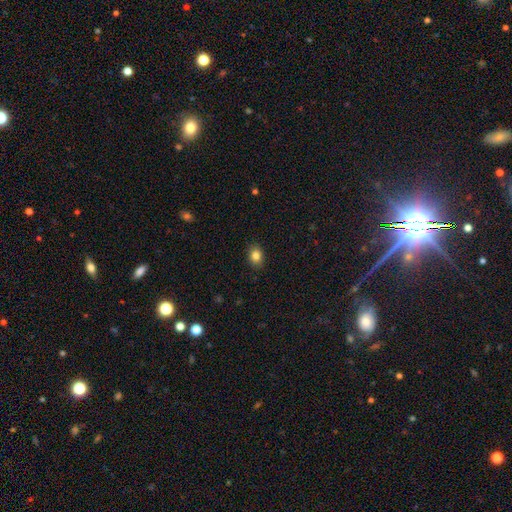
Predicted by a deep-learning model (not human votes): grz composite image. It shows a smooth galaxy with no disk features (84%) that is in between round and cigar-shaped (61%). Merging: none (89%).